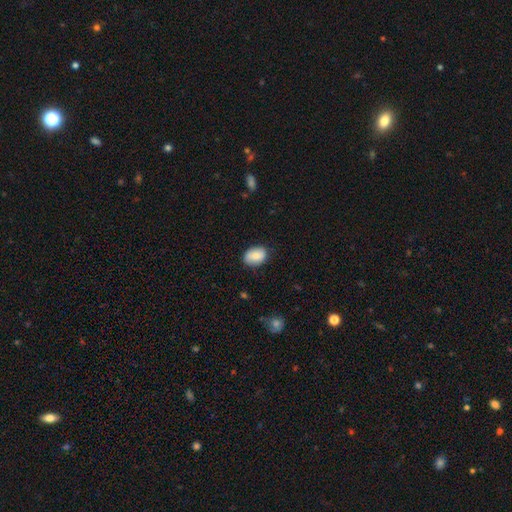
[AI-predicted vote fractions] Smooth or featured? Predicted: smooth (p=0.81). How rounded? Predicted: in between (p=0.80). Merging? Predicted: none (p=0.79).